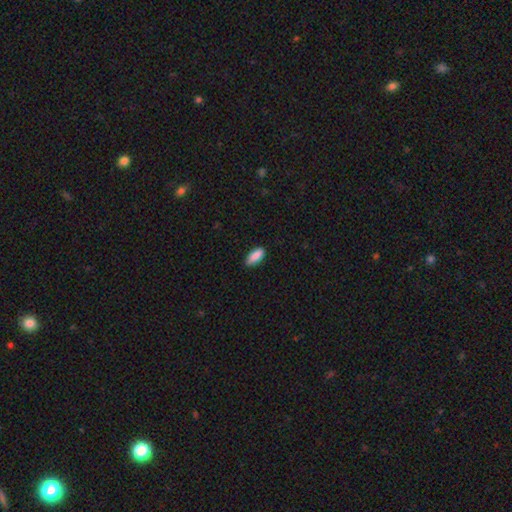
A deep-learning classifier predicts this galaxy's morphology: This is clearly a smooth galaxy (89%). How rounded: clearly in between (81%). Merging: likely none (80%).